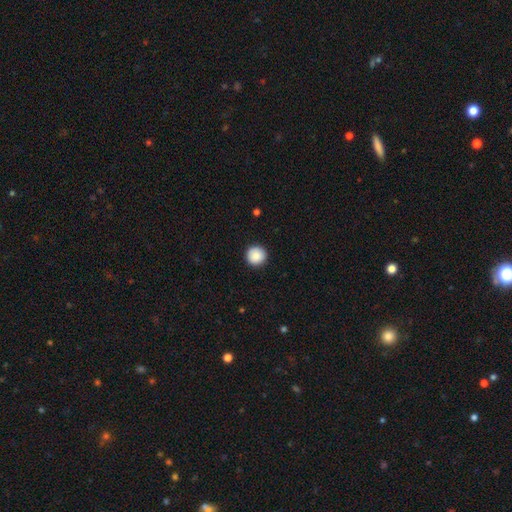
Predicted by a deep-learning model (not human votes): smooth 88%, star or artifact 8%, featured or disk 4%. Down the decision tree: how rounded — round (96%); merging — none (92%).